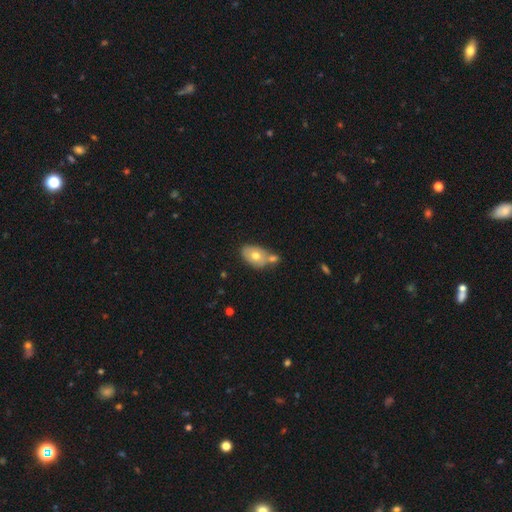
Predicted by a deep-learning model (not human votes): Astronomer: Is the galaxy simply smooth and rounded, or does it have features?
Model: smooth — 69%.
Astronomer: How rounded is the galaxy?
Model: in between — 85%.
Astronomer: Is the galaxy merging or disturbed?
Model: merger — 42% (runner-up: none, 39%).